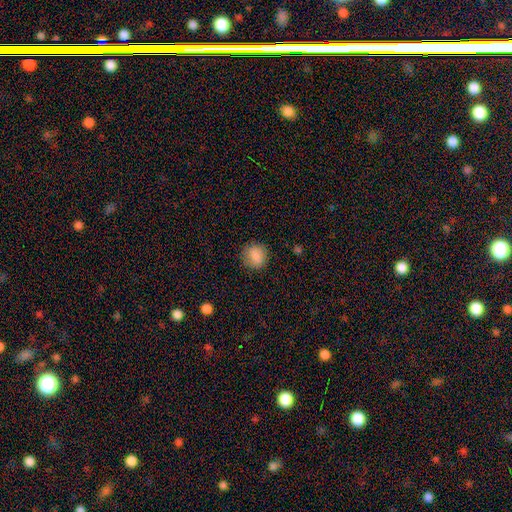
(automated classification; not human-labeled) A smooth galaxy with no disk features (84%) that is round (78%). Merging: none (84%).